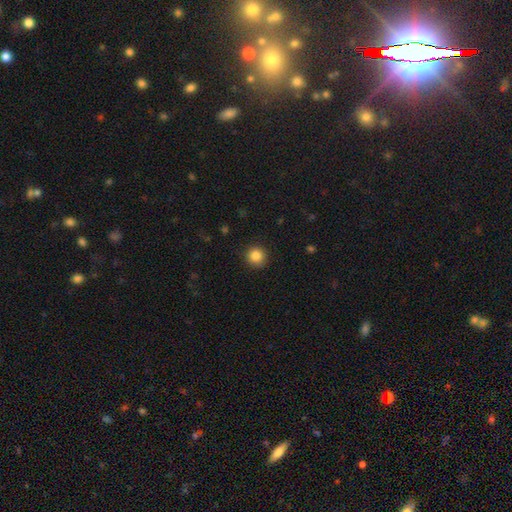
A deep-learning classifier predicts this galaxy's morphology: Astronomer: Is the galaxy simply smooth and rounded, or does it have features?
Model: smooth — 86%.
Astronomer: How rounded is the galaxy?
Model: round — 94%.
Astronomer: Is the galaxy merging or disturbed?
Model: none — 90%.